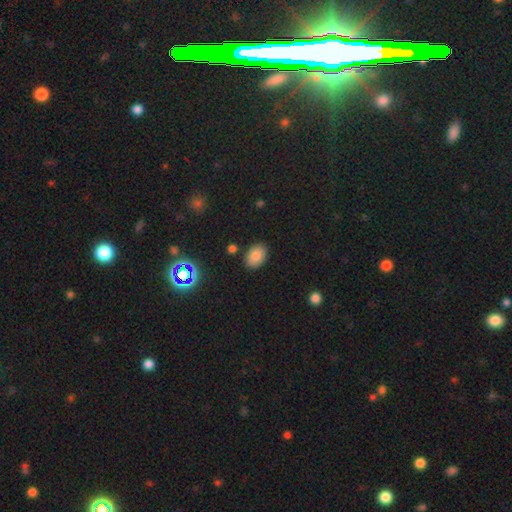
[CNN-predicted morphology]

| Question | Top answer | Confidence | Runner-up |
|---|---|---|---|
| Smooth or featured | smooth | 81% | star or artifact (12%) |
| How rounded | in between | 81% | round (18%) |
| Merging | none | 85% | minor disturbance (10%) |